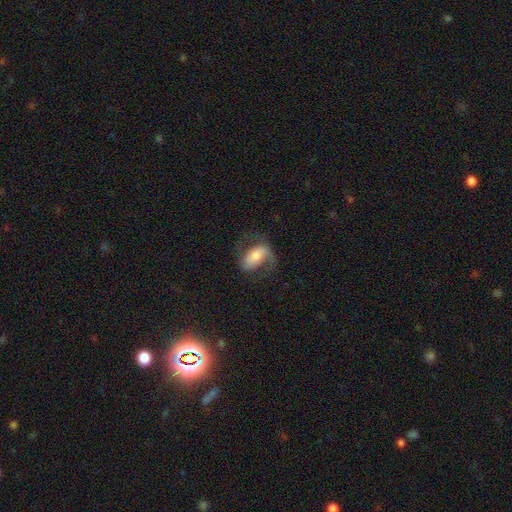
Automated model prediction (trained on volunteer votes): Smooth or featured?
  - featured or disk: 58% *
  - smooth: 35%
  - star or artifact: 7%
Edge-on disk?
  - no: 95% *
  - yes: 5%
Bar?
  - no: 38% *
  - weak: 34%
  - strong: 28%
Spiral arms?
  - yes: 86% *
  - no: 14%
Bulge size?
  - moderate: 53% *
  - small: 22%
  - large: 19%
  - none: 4%
  - dominant: 3%
Merging?
  - none: 57% *
  - minor disturbance: 21%
  - major disturbance: 20%
  - merger: 2%